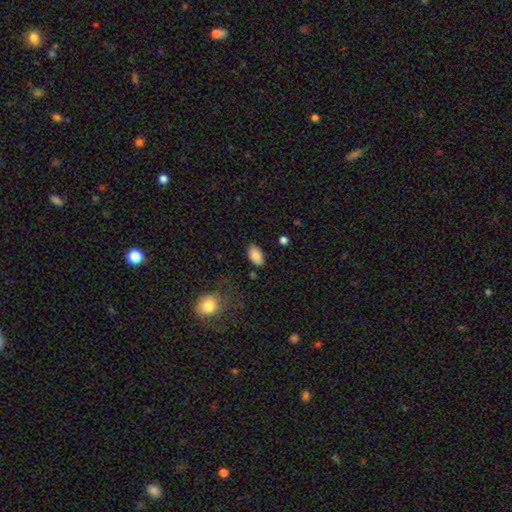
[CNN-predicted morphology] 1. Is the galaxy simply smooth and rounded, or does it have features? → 85% smooth, 7% star or artifact, 7% featured or disk.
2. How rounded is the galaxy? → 94% in between, 5% round, 2% cigar-shaped.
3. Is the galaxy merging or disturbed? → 82% none, 12% minor disturbance, 3% major disturbance, 2% merger.